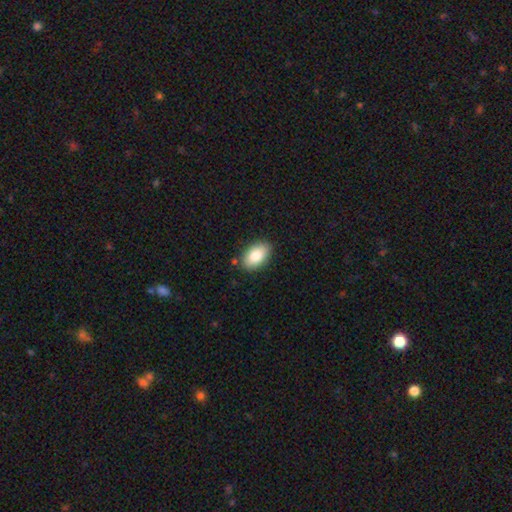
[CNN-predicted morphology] A smooth galaxy with no disk features (84%) that is in between round and cigar-shaped (92%). Merging: none (85%).